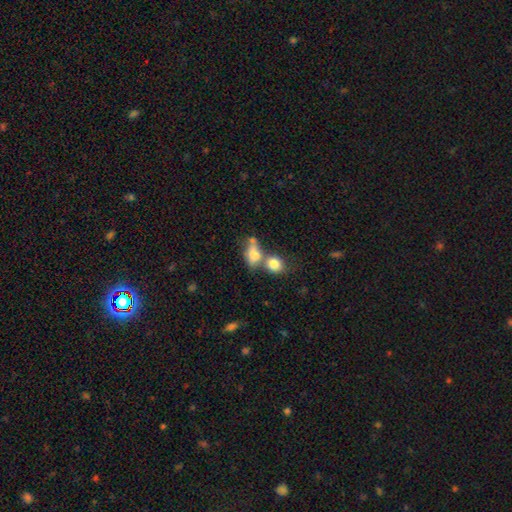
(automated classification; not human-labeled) Morphology: type=smooth (72%); roundness=in between (70%); merging=merger (52%).